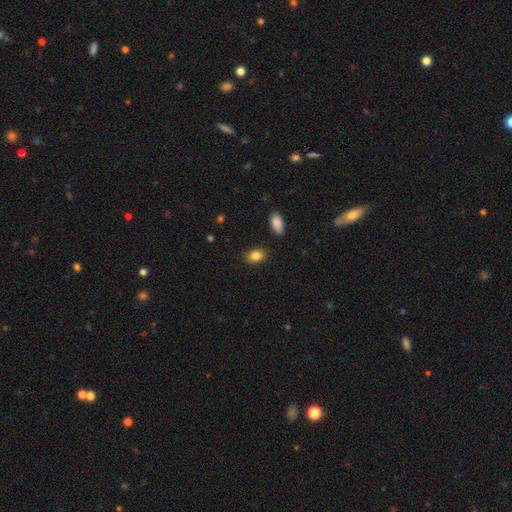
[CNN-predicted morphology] type=smooth (85%); roundness=in between (83%); merging=none (87%).